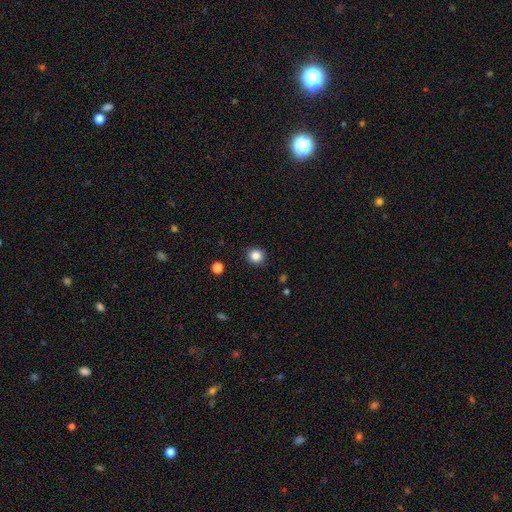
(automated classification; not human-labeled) A smooth galaxy with no disk features (85%) that is round (90%).

Vote fractions:
- Smooth or featured? smooth: 85% / star or artifact: 11% / featured or disk: 4%
- How rounded? round: 90% / in between: 9% / cigar-shaped: 1%
- Merging? none: 91% / minor disturbance: 6% / major disturbance: 2% / merger: 1%